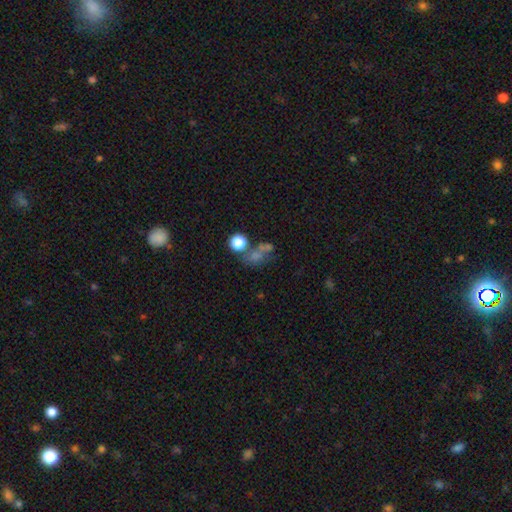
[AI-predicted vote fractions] A smooth galaxy with no disk features (51%) that is round (66%).

Vote fractions:
- Smooth or featured? smooth: 51% / star or artifact: 31% / featured or disk: 18%
- How rounded? round: 66% / in between: 31% / cigar-shaped: 3%
- Merging? none: 44% / merger: 31% / major disturbance: 13% / minor disturbance: 12%